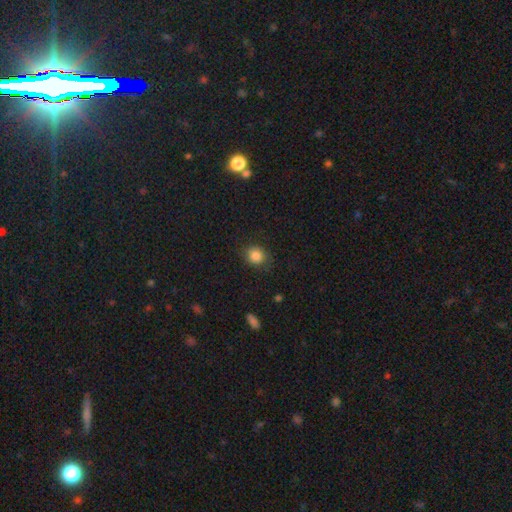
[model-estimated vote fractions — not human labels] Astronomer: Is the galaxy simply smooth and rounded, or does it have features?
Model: smooth — 85%.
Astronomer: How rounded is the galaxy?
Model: round — 76%.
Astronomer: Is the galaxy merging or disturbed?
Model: none — 80%.